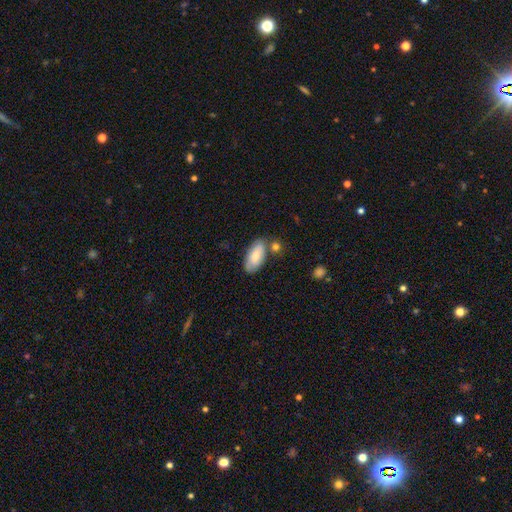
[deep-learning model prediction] Q: Smooth or featured?
A: smooth (79%); runner-up: featured or disk (14%)
Q: How rounded?
A: in between (90%); runner-up: cigar-shaped (8%)
Q: Merging?
A: none (70%); runner-up: minor disturbance (17%)